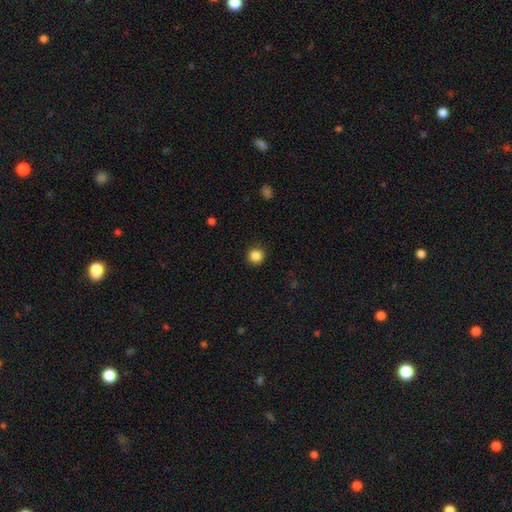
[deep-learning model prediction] A smooth galaxy with no disk features (86%) that is round (94%). Merging: none (91%).